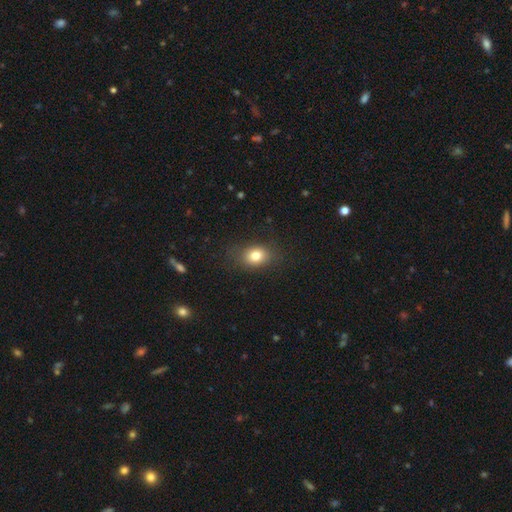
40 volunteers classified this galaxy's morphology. Smooth or featured? smooth (82%)
How rounded? round (67%)
Merging? none (89%)